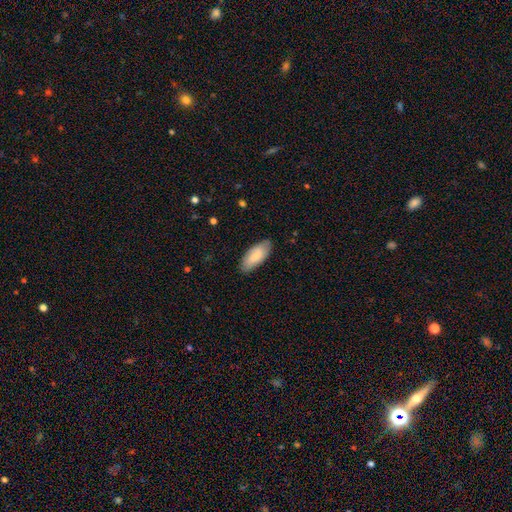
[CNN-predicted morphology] The model was most divided on "merging": none: 83%, minor disturbance: 14%, major disturbance: 2%, merger: 1%. More confident: how rounded — in between (85%); smooth or featured — smooth (84%).